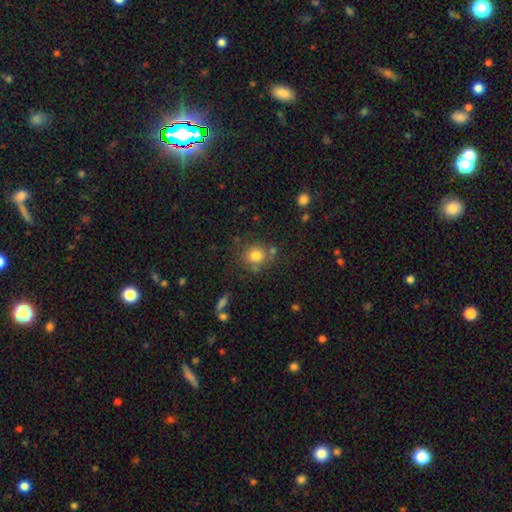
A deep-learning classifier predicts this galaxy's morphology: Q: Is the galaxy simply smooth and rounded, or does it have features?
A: smooth — 79%.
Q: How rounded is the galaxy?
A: round — 81%.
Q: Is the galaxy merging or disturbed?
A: none — 70%.